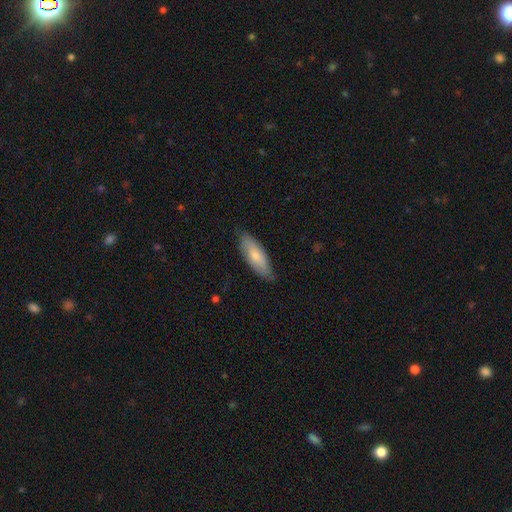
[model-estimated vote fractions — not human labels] smooth_or_featured: smooth (p=0.71) [alt: featured or disk p=0.24]
how_rounded: in between (p=0.67) [alt: cigar-shaped p=0.31]
merging: none (p=0.77) [alt: minor disturbance p=0.19]